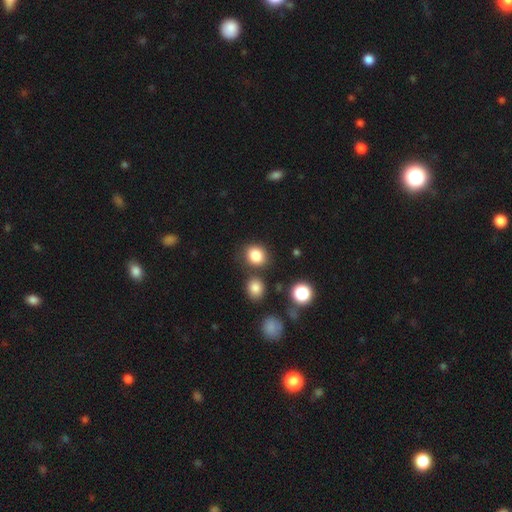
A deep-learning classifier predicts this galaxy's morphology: Q: Smooth or featured?
A: smooth (83%); runner-up: star or artifact (11%)
Q: How rounded?
A: round (69%); runner-up: in between (30%)
Q: Merging?
A: none (75%); runner-up: minor disturbance (12%)